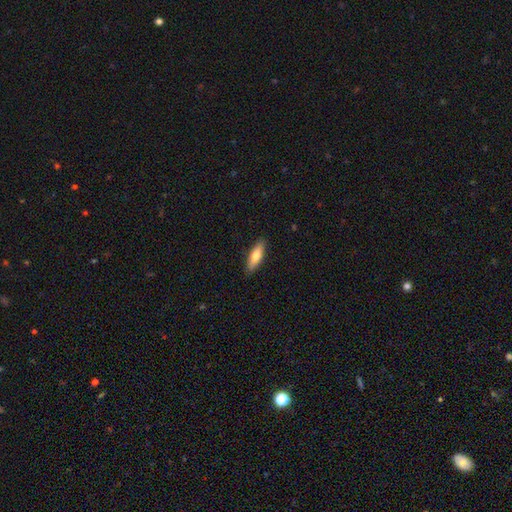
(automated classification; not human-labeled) smooth-or-featured: smooth: 74% | featured or disk: 20% | star or artifact: 6%
  how-rounded: in between: 50% | cigar-shaped: 48% | round: 2%
  merging: none: 89% | minor disturbance: 9% | major disturbance: 2% | merger: 1%